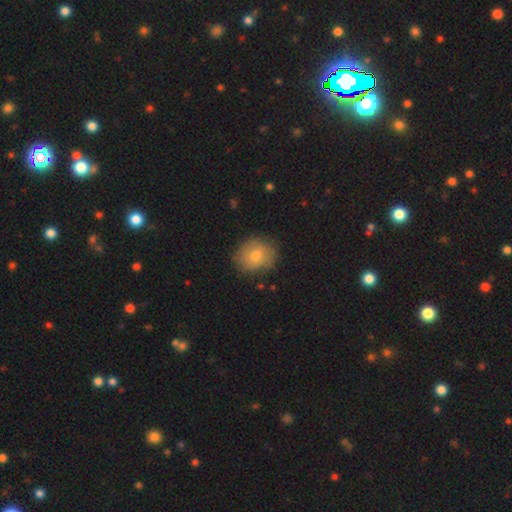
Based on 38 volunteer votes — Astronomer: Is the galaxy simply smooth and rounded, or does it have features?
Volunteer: smooth — 66%.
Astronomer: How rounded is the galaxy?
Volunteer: round — 56% (runner-up: in between, 44%).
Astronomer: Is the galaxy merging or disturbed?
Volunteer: none — 77%.